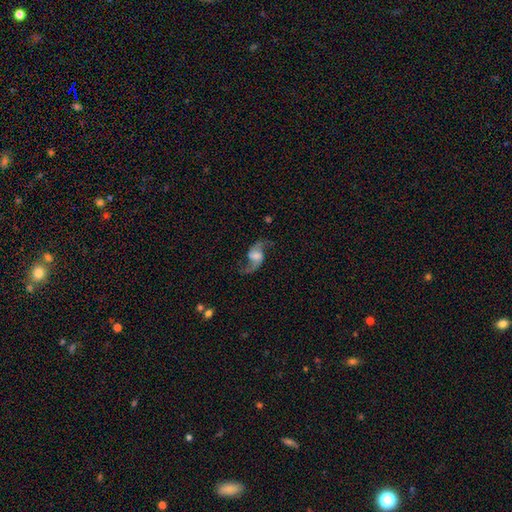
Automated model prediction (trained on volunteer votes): Smooth or featured?
  - featured or disk: 87% *
  - smooth: 7%
  - star or artifact: 6%
Edge-on disk?
  - no: 97% *
  - yes: 3%
Bar?
  - weak: 45% *
  - no: 38%
  - strong: 17%
Spiral arms?
  - yes: 96% *
  - no: 4%
Spiral winding?
  - loose: 80% *
  - medium: 17%
  - tight: 3%
Spiral arm count?
  - 2: 94% *
  - 1: 2%
  - can't tell: 1%
  - 3: 1%
  - 4: 1%
  - more than 4: 1%
Bulge size?
  - moderate: 28% *
  - none: 24%
  - large: 22%
  - small: 21%
  - dominant: 4%
Merging?
  - none: 78% *
  - minor disturbance: 12%
  - major disturbance: 8%
  - merger: 2%